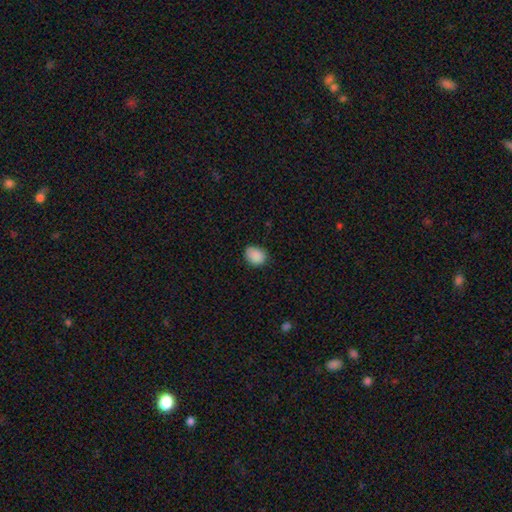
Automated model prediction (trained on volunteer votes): A smooth galaxy with no disk features (88%) that is in between round and cigar-shaped (53%).

Vote fractions:
- Smooth or featured? smooth: 88% / star or artifact: 9% / featured or disk: 3%
- How rounded? in between: 53% / round: 46% / cigar-shaped: 1%
- Merging? none: 79% / minor disturbance: 17% / major disturbance: 3% / merger: 1%